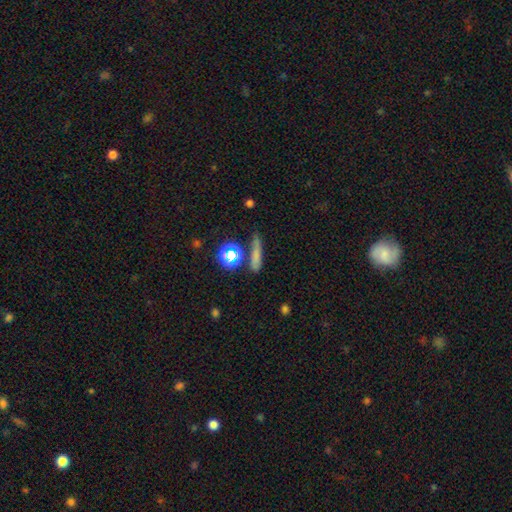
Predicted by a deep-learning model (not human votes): This is likely a smooth galaxy (64%). How rounded: likely cigar-shaped (71%). Merging: likely none (71%).